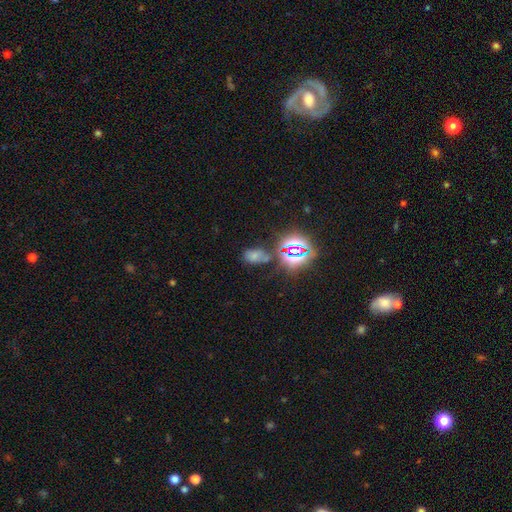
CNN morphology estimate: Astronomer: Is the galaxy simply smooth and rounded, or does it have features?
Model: smooth — 50% (runner-up: star or artifact, 38%).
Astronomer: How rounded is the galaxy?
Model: in between — 83%.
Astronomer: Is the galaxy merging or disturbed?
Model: none — 58%.